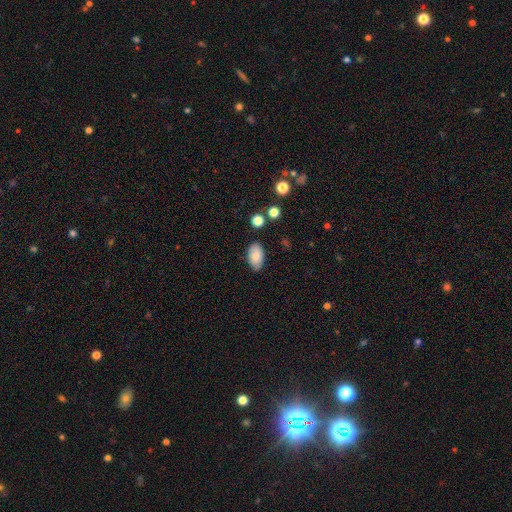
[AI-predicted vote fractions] A smooth galaxy with no disk features (85%) that is in between round and cigar-shaped (93%). Merging: none (82%).